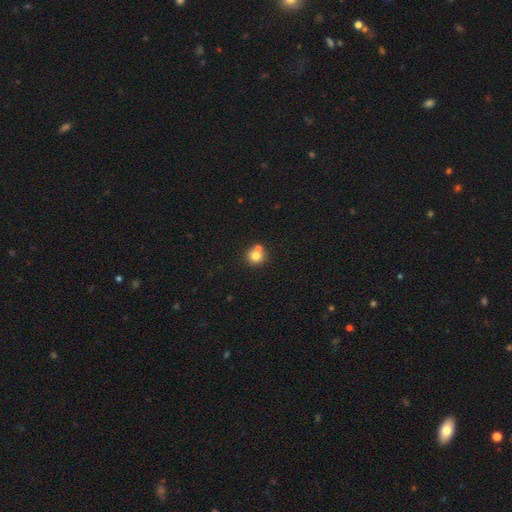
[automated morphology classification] The model was most divided on "merging": none: 56%, merger: 34%, minor disturbance: 8%, major disturbance: 2%. More confident: how rounded — round (89%); smooth or featured — smooth (76%).